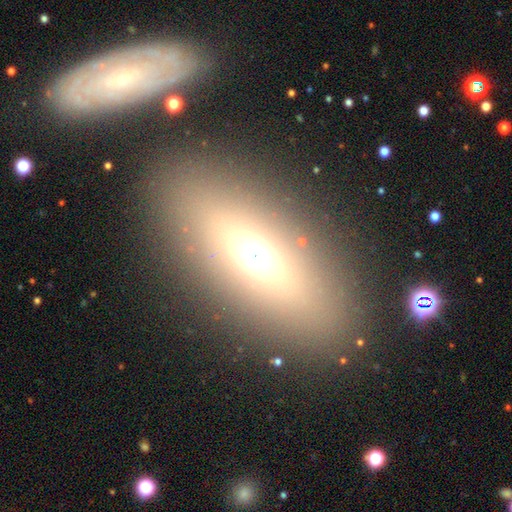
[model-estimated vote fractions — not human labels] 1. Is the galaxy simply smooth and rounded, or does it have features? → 57% smooth, 26% featured or disk, 18% star or artifact.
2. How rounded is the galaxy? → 77% in between, 14% cigar-shaped, 9% round.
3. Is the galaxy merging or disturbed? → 83% none, 8% minor disturbance, 5% major disturbance, 4% merger.